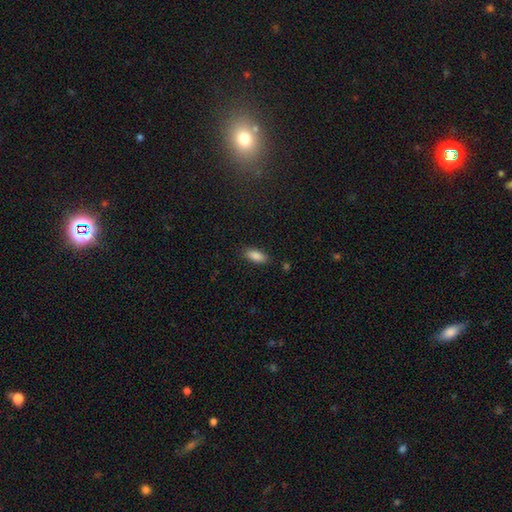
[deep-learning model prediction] smooth 87%, star or artifact 8%, featured or disk 5%. Down the decision tree: how rounded — in between (83%); merging — none (85%).